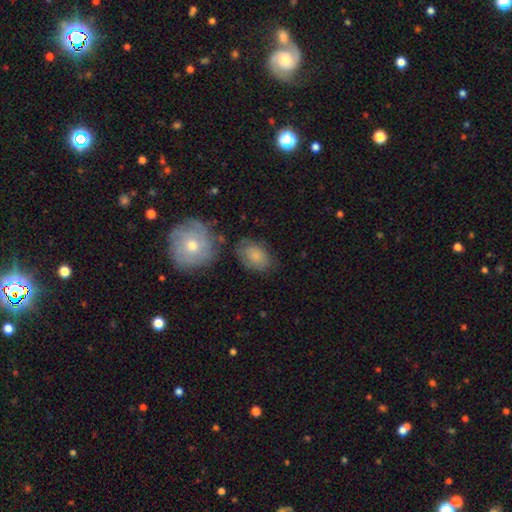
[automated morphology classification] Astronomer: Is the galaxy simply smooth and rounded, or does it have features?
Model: smooth — 74%.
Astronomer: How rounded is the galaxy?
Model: in between — 81%.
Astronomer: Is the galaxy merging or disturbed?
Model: none — 64%.